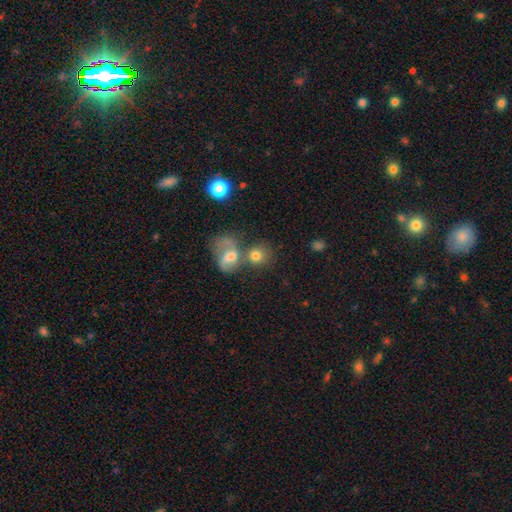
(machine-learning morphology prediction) Smooth or featured? Predicted: smooth (p=0.72). How rounded? Predicted: round (p=0.75). Merging? Predicted: none (p=0.41).